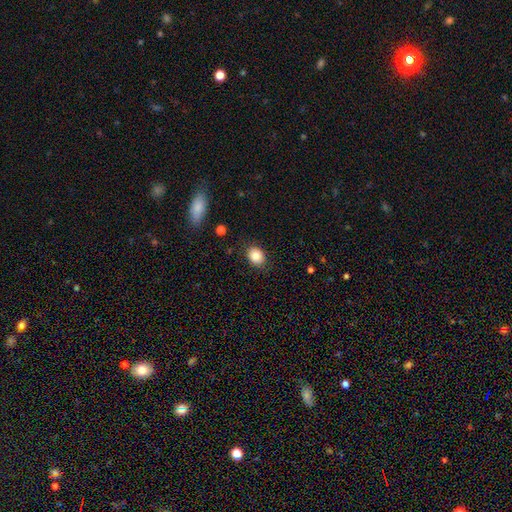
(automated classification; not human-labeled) Smooth or featured? Predicted: smooth (p=0.84). How rounded? Predicted: in between (p=0.53). Merging? Predicted: none (p=0.84).